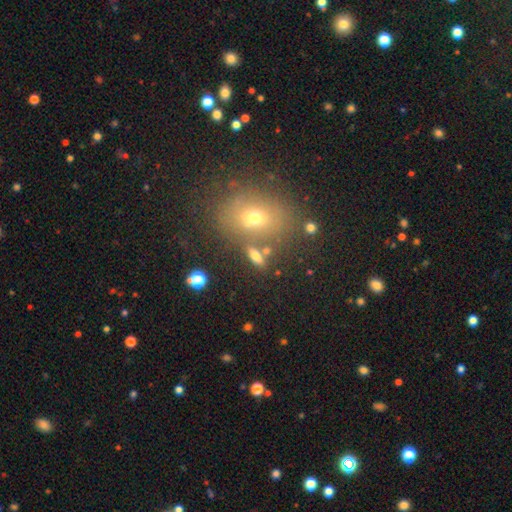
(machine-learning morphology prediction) A smooth galaxy with no disk features (66%) that is in between round and cigar-shaped (70%). Merging: none (66%).